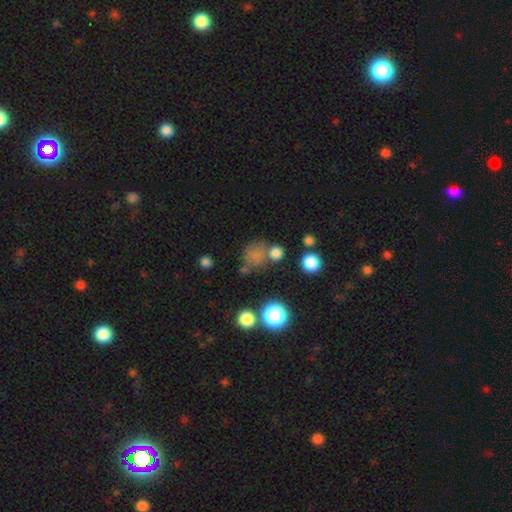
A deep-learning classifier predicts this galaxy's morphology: Smooth or featured?
  - smooth: 71% *
  - star or artifact: 20%
  - featured or disk: 10%
How rounded?
  - round: 72% *
  - in between: 27%
  - cigar-shaped: 1%
Merging?
  - none: 53% *
  - merger: 21%
  - minor disturbance: 16%
  - major disturbance: 10%